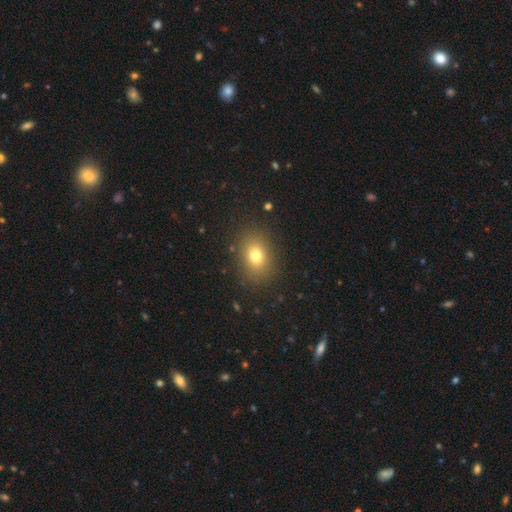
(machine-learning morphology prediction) Smooth or featured?
  - smooth: 74% *
  - star or artifact: 14%
  - featured or disk: 11%
How rounded?
  - in between: 61% *
  - round: 38%
  - cigar-shaped: 1%
Merging?
  - none: 86% *
  - minor disturbance: 9%
  - major disturbance: 4%
  - merger: 1%